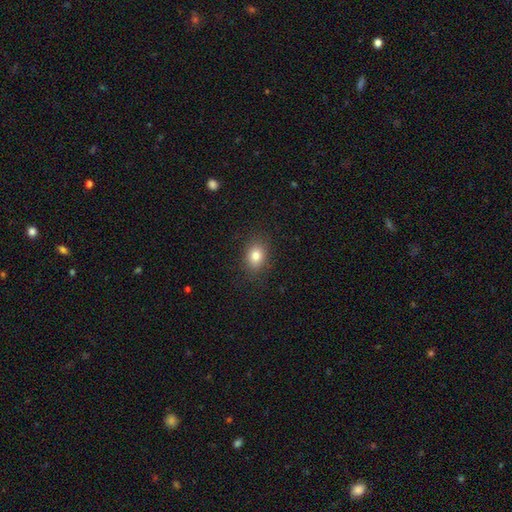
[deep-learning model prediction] Smooth or featured? smooth (81%)
How rounded? in between (63%)
Merging? none (85%)